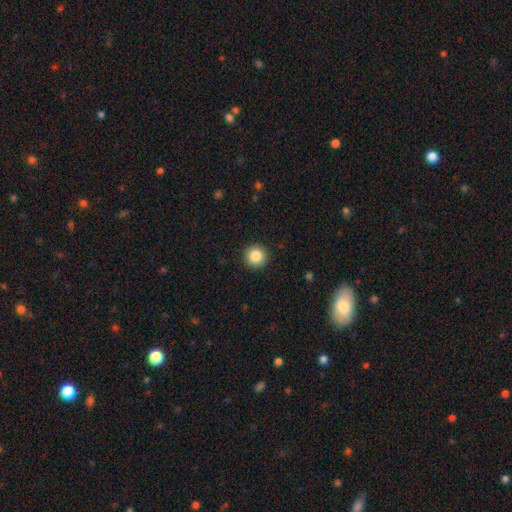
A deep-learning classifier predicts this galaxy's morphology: Smooth or featured?
  - smooth: 86% *
  - star or artifact: 9%
  - featured or disk: 5%
How rounded?
  - round: 96% *
  - in between: 3%
  - cigar-shaped: 1%
Merging?
  - none: 93% *
  - minor disturbance: 5%
  - major disturbance: 2%
  - merger: 1%